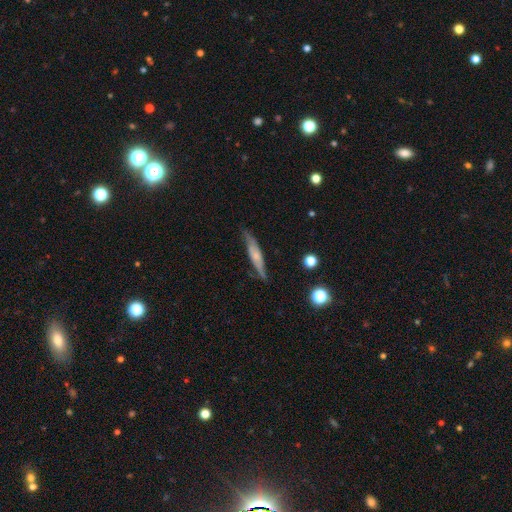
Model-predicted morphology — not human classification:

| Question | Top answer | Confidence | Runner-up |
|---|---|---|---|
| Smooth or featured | featured or disk | 51% | smooth (42%) |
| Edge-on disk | yes | 81% | no (19%) |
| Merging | none | 76% | minor disturbance (18%) |